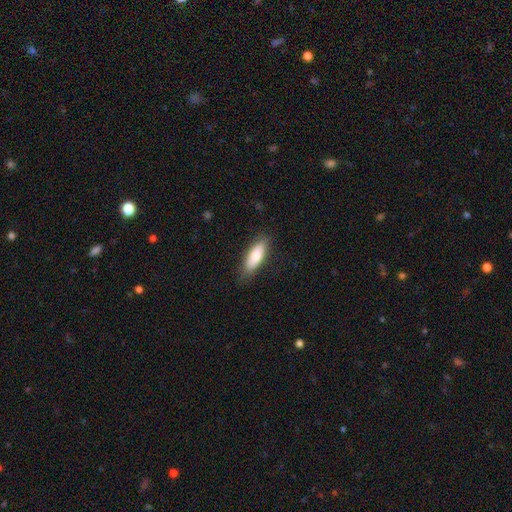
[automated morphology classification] Smooth or featured? smooth (77%)
How rounded? in between (61%)
Merging? none (83%)